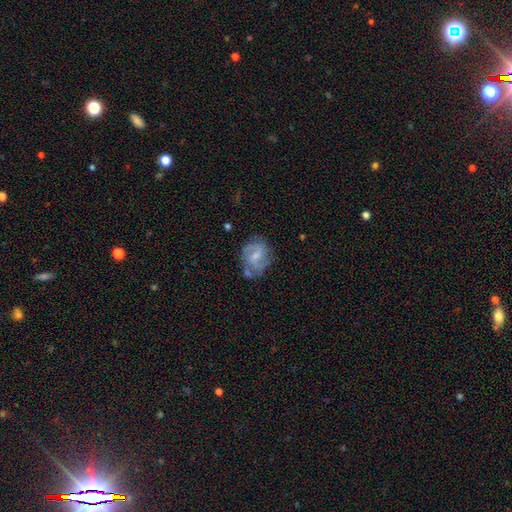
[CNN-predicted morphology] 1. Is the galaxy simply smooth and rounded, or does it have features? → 64% featured or disk, 29% smooth, 7% star or artifact.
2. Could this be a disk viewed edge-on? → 97% no, 3% yes.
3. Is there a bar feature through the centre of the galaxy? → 55% weak, 30% no, 14% strong.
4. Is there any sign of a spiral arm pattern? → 84% yes, 16% no.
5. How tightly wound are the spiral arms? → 48% medium, 27% tight, 25% loose.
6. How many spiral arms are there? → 69% 2, 17% can't tell, 7% 3, 4% 1, 2% 4, 2% more than 4.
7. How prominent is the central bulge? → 52% small, 40% moderate, 6% none, 2% large, 1% dominant.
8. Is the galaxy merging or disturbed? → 56% none, 23% minor disturbance, 11% merger, 10% major disturbance.